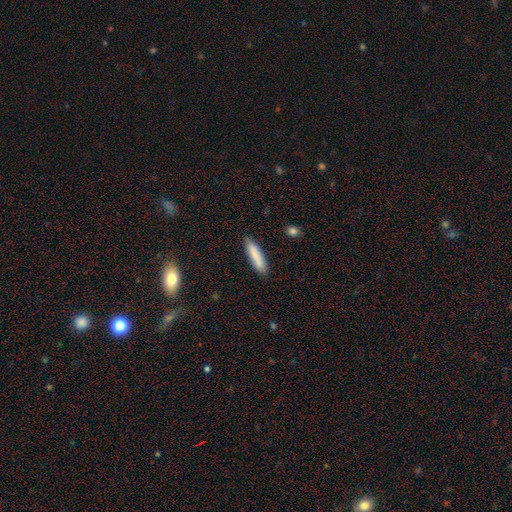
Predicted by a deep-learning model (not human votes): Smooth or featured? smooth (84%)
How rounded? cigar-shaped (76%)
Merging? none (84%)